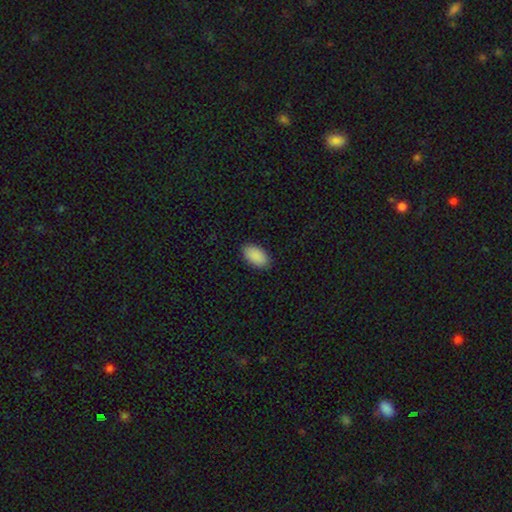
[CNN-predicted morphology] The model was most divided on "merging": none: 88%, minor disturbance: 9%, major disturbance: 2%, merger: 1%. More confident: how rounded — in between (95%); smooth or featured — smooth (90%).